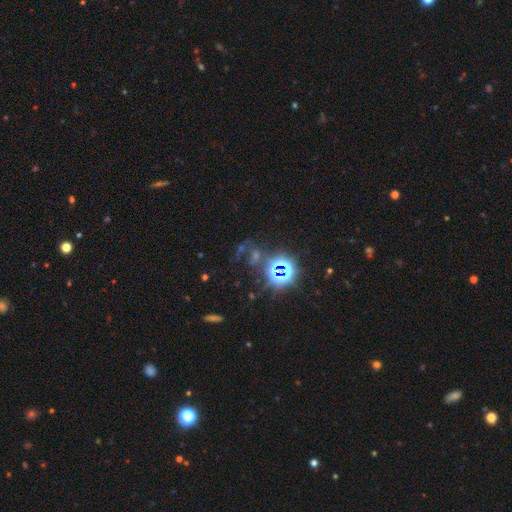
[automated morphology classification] This appears to be a star or artifact, not a galaxy (70%).